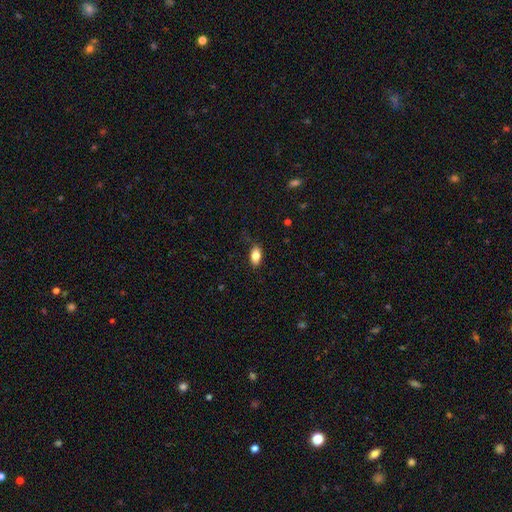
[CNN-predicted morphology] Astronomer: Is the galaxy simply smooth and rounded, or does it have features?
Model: smooth — 82%.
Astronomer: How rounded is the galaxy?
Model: in between — 90%.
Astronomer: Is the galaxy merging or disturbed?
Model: none — 82%.